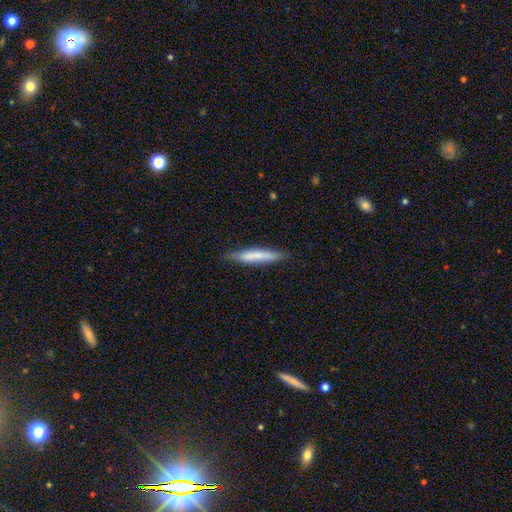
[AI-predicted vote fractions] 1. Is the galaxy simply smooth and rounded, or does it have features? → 70% smooth, 24% featured or disk, 6% star or artifact.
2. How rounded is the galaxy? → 91% cigar-shaped, 8% in between, 1% round.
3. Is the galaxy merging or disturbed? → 83% none, 13% minor disturbance, 2% major disturbance, 1% merger.